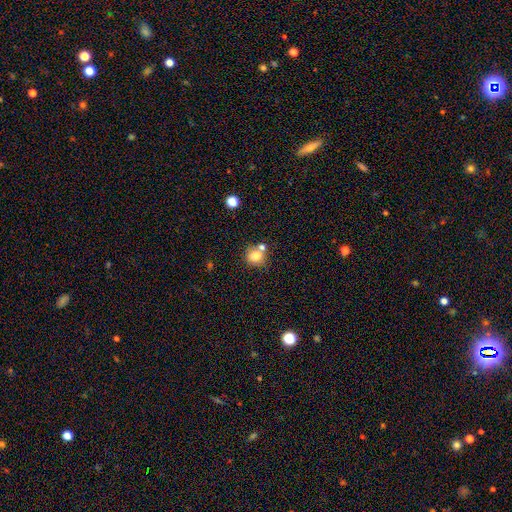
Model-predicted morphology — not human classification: Overall: smooth (78%). How rounded: round (85%). Merging: none (59%; merger 26%).